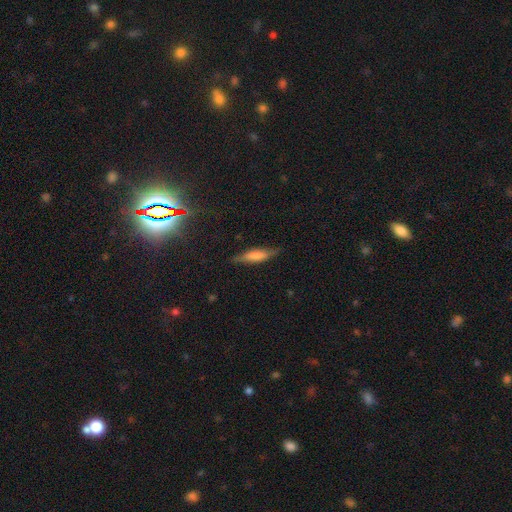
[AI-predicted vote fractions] Smooth or featured? Predicted: smooth (p=0.57). How rounded? Predicted: cigar-shaped (p=0.68). Merging? Predicted: none (p=0.76).